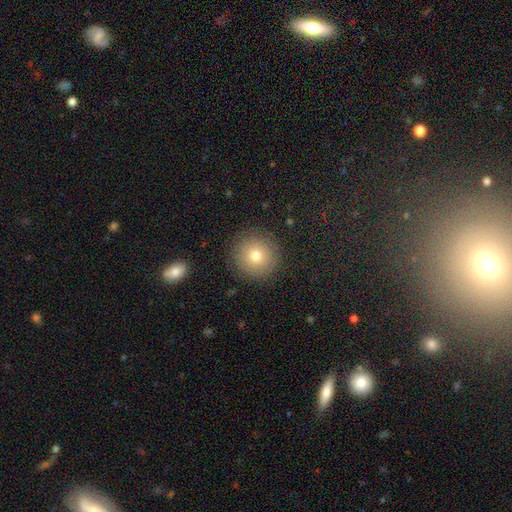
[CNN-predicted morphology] A smooth galaxy with no disk features (75%) that is round (95%). Merging: none (89%).